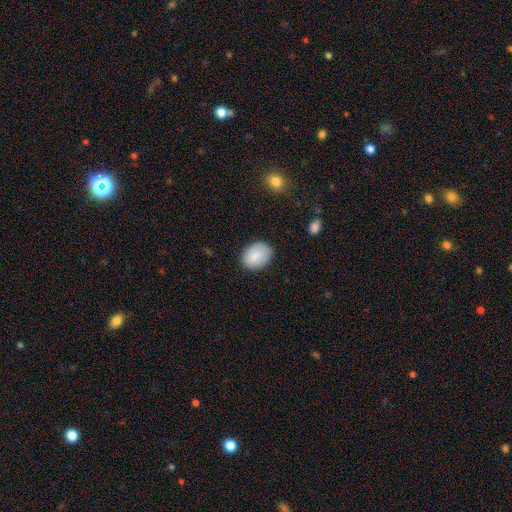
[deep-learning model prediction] The model was most divided on "how rounded": in between: 68%, round: 31%, cigar-shaped: 1%. More confident: smooth or featured — smooth (87%); merging — none (84%).